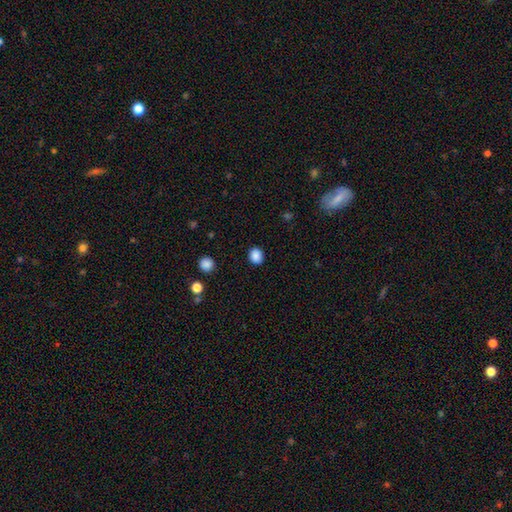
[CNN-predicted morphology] This appears to be a smooth galaxy with no disk features (87%) that is round (64%). Merging: none (88%).